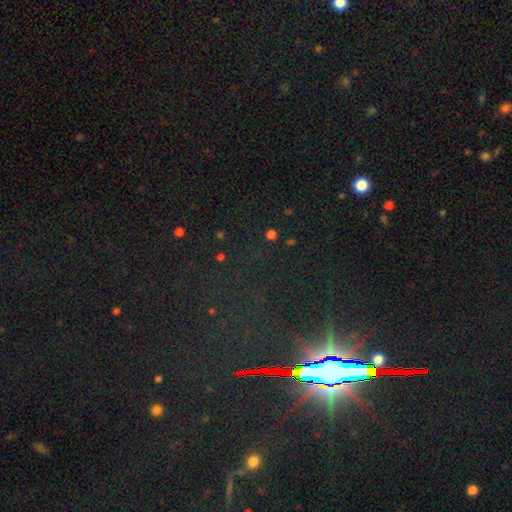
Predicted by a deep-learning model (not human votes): A star or artifact, not a galaxy (83%).

Vote fractions:
- Smooth or featured? star or artifact: 83% / smooth: 9% / featured or disk: 8%